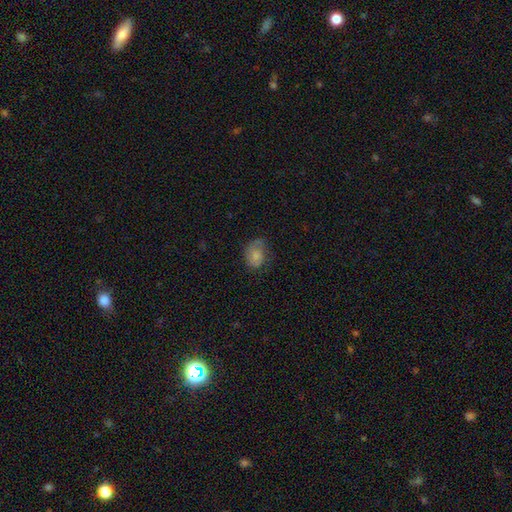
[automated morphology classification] The model was most divided on "merging": none: 50%, minor disturbance: 32%, major disturbance: 16%, merger: 2%. More confident: smooth or featured — smooth (73%); how rounded — in between (63%).